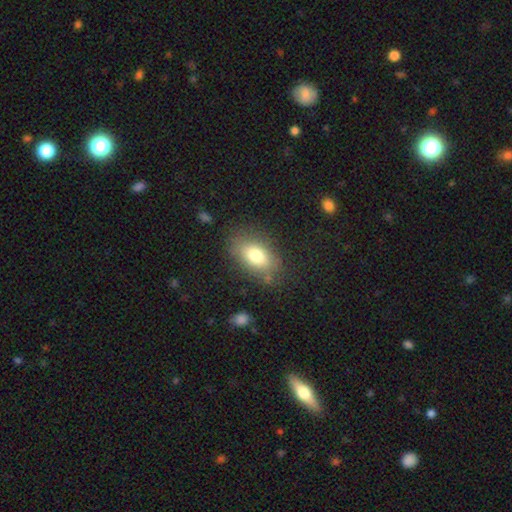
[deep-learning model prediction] This is likely a smooth galaxy (77%). How rounded: clearly in between (87%). Merging: likely none (77%).